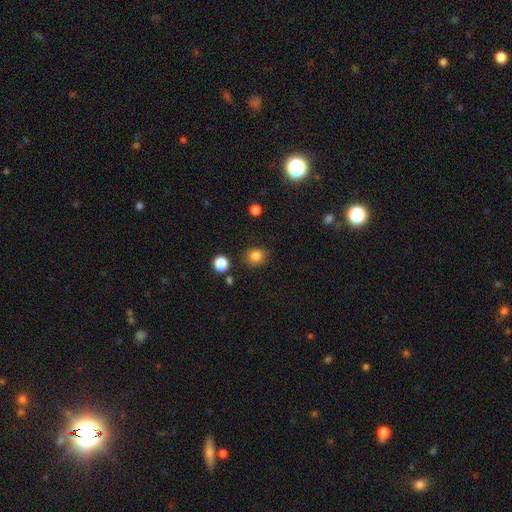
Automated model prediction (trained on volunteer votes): Morphology: type=smooth (83%); roundness=round (79%); merging=none (86%).